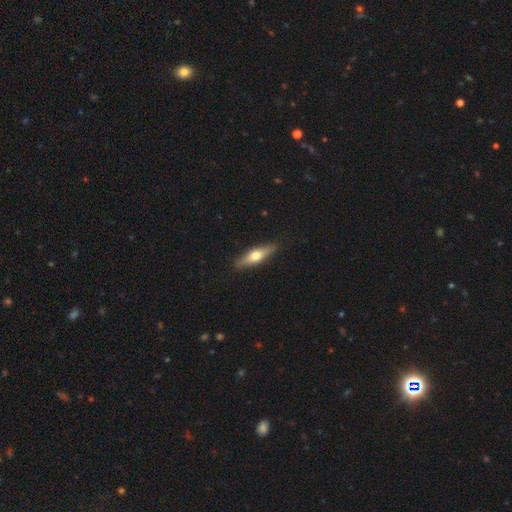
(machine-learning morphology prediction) Smooth or featured?
  - smooth: 49% *
  - featured or disk: 45%
  - star or artifact: 5%
Merging?
  - none: 89% *
  - minor disturbance: 8%
  - major disturbance: 2%
  - merger: 1%